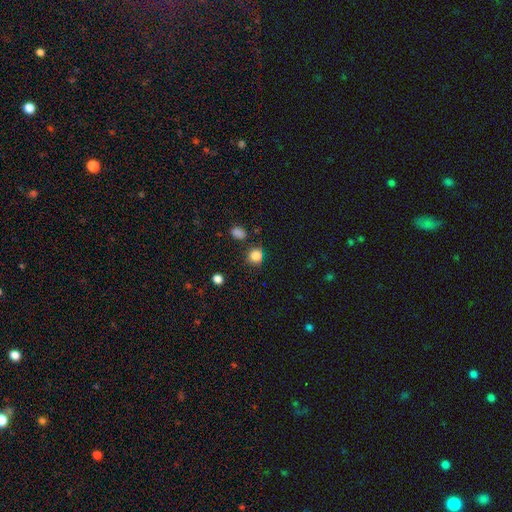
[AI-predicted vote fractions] A smooth galaxy with no disk features (83%) that is round (83%).

Vote fractions:
- Smooth or featured? smooth: 83% / star or artifact: 12% / featured or disk: 4%
- How rounded? round: 83% / in between: 15% / cigar-shaped: 1%
- Merging? none: 77% / minor disturbance: 15% / merger: 4% / major disturbance: 4%